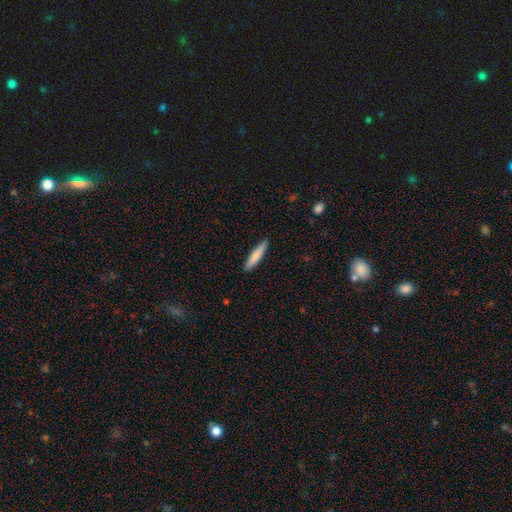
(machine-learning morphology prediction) This appears to be a smooth galaxy with no disk features (79%) that is cigar-shaped (90%). Merging: none (90%).